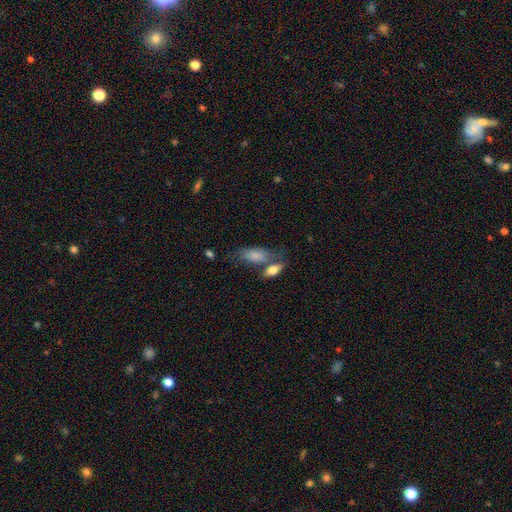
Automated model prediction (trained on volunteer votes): Smooth or featured?
  - smooth: 74% *
  - featured or disk: 18%
  - star or artifact: 7%
How rounded?
  - in between: 82% *
  - cigar-shaped: 13%
  - round: 5%
Merging?
  - none: 41% *
  - merger: 29%
  - minor disturbance: 20%
  - major disturbance: 10%